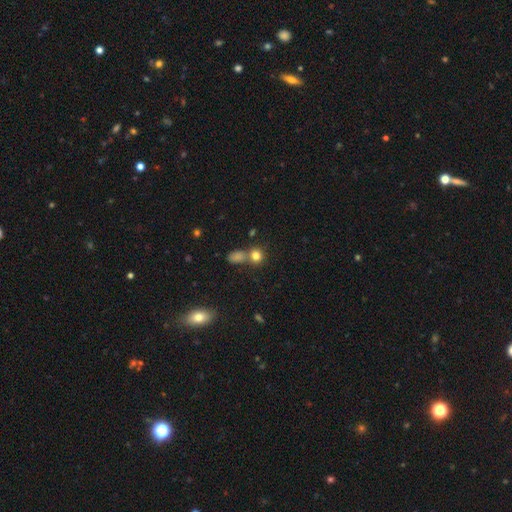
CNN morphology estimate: This is likely a smooth galaxy (79%). How rounded: likely round (78%). Merging: possibly none (55%).